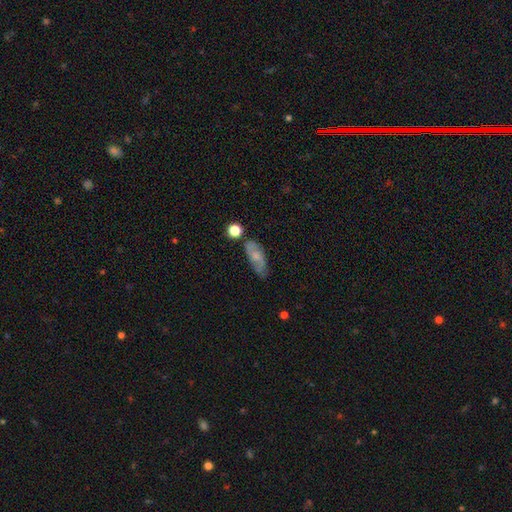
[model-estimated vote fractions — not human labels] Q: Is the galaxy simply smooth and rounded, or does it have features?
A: featured or disk — 47%.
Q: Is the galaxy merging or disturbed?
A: none — 69%.